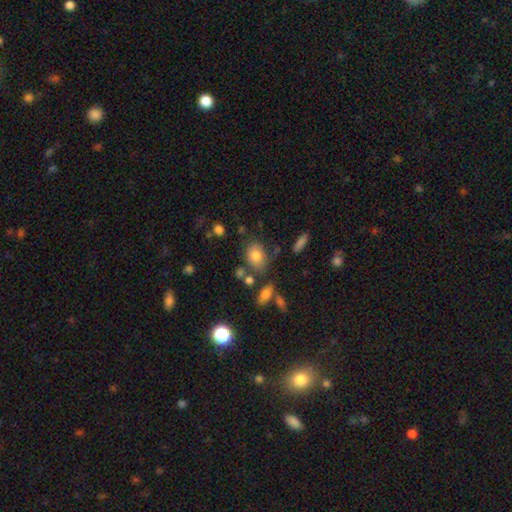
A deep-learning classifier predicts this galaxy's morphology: The model was most divided on "how rounded": in between: 69%, round: 30%, cigar-shaped: 1%. More confident: smooth or featured — smooth (80%); merging — none (68%).